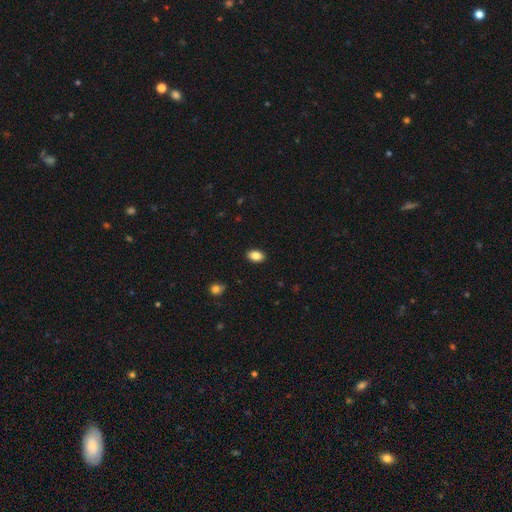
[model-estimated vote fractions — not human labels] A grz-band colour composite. It shows a smooth galaxy with no disk features (86%) that is in between round and cigar-shaped (88%). Merging: none (89%).